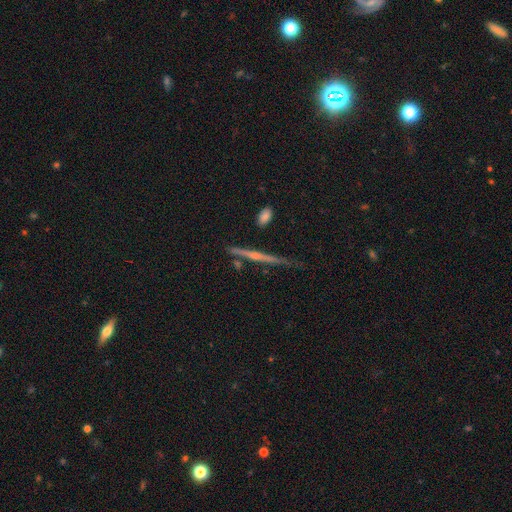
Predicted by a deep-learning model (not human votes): smooth-or-featured: featured or disk: 68% | smooth: 24% | star or artifact: 8%
  disk-edge-on: yes: 97% | no: 3%
    edge-on-bulge: none: 46% | rounded: 45% | boxy: 9%
  merging: none: 78% | minor disturbance: 15% | merger: 4% | major disturbance: 3%